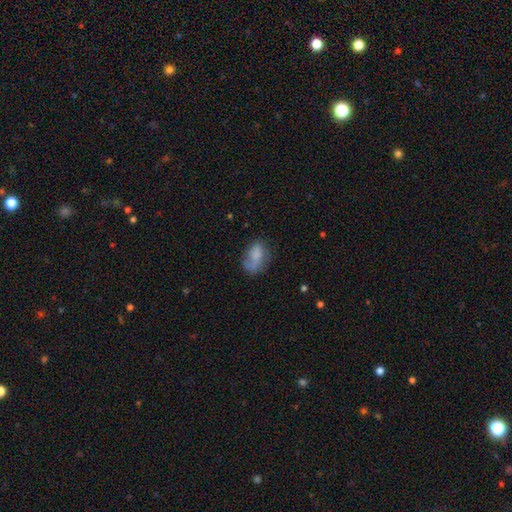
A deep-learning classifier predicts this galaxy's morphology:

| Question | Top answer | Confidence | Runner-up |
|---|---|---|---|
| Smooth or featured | smooth | 69% | featured or disk (22%) |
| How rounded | in between | 86% | round (11%) |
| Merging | none | 45% | minor disturbance (30%) |